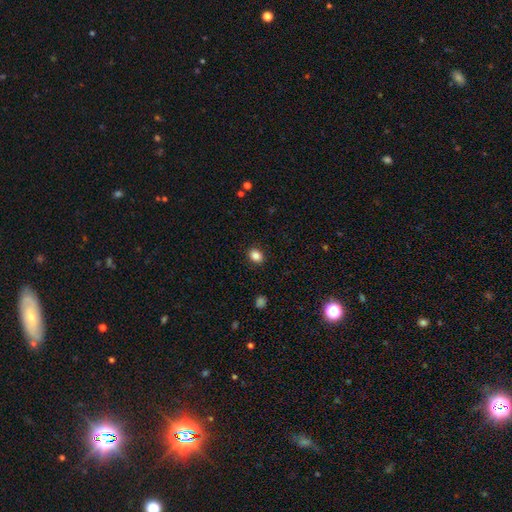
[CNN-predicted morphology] smooth_or_featured: smooth (p=0.85) [alt: star or artifact p=0.10]
how_rounded: in between (p=0.61) [alt: round p=0.38]
merging: none (p=0.89) [alt: minor disturbance p=0.07]